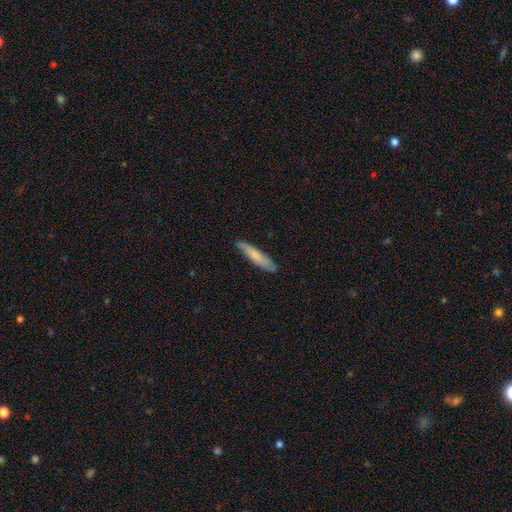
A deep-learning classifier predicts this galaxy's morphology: A smooth galaxy with no disk features (70%) that is cigar-shaped (89%).

Vote fractions:
- Smooth or featured? smooth: 70% / featured or disk: 25% / star or artifact: 5%
- How rounded? cigar-shaped: 89% / in between: 10% / round: 1%
- Merging? none: 82% / minor disturbance: 15% / major disturbance: 2% / merger: 1%